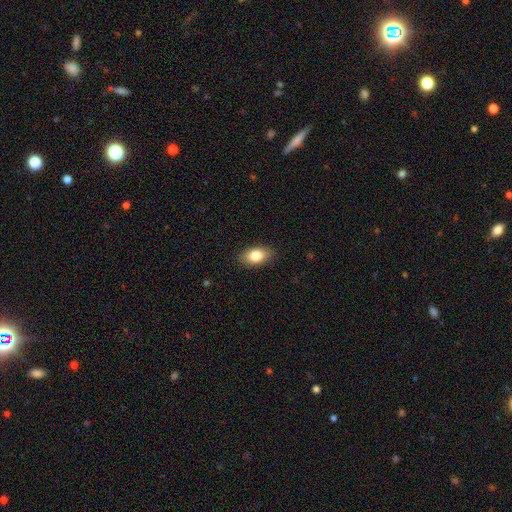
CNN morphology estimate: Overall: smooth (82%). How rounded: in between (89%). Merging: none (87%).